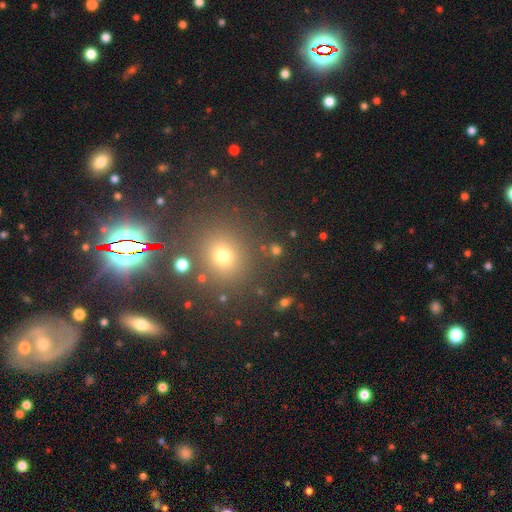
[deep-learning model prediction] Smooth or featured?
  - star or artifact: 48% *
  - smooth: 41%
  - featured or disk: 11%